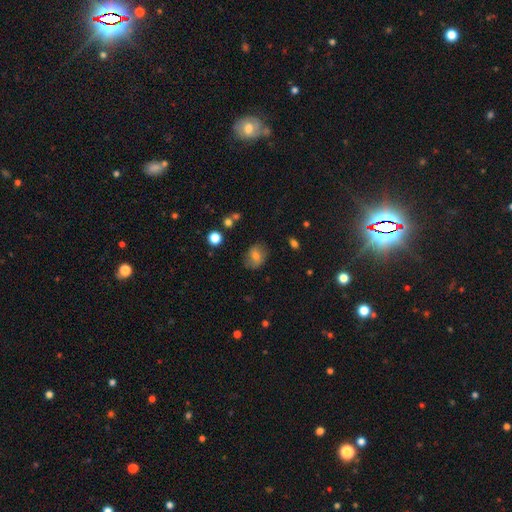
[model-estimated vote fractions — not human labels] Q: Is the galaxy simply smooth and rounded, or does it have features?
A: smooth — 66%.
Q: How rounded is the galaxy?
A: in between — 53%.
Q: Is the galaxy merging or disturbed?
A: none — 75%.